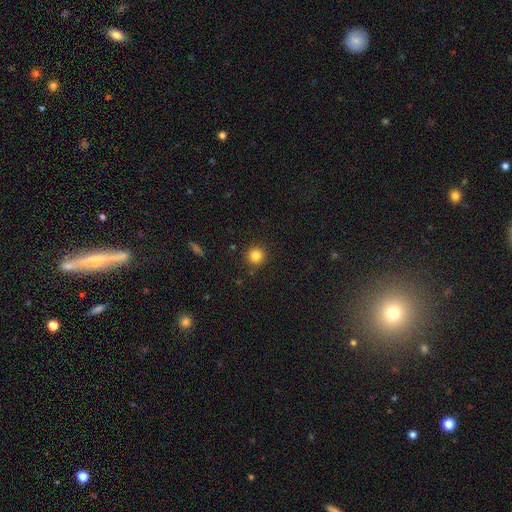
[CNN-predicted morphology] smooth 83%, star or artifact 11%, featured or disk 5%. Down the decision tree: how rounded — round (94%); merging — none (91%).